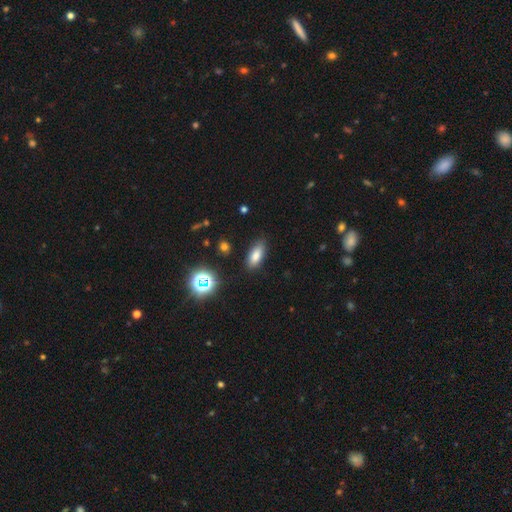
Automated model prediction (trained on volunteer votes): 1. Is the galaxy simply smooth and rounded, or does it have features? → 80% smooth, 12% star or artifact, 8% featured or disk.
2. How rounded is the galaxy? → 80% in between, 16% cigar-shaped, 4% round.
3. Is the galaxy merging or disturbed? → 84% none, 12% minor disturbance, 3% major disturbance, 2% merger.